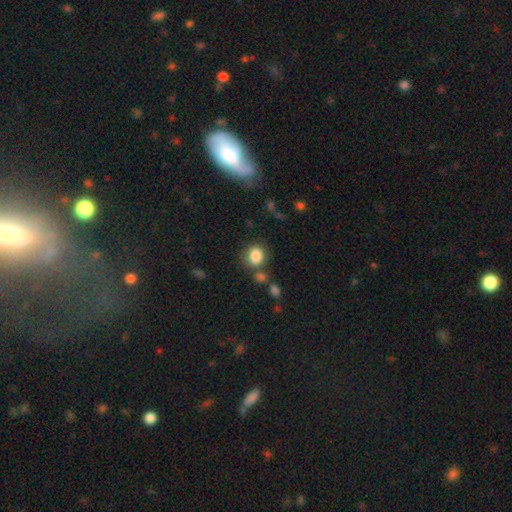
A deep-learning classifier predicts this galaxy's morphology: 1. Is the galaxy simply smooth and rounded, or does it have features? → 84% smooth, 9% star or artifact, 6% featured or disk.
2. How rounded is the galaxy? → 61% round, 38% in between, 1% cigar-shaped.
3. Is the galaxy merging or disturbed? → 69% none, 15% minor disturbance, 11% merger, 5% major disturbance.